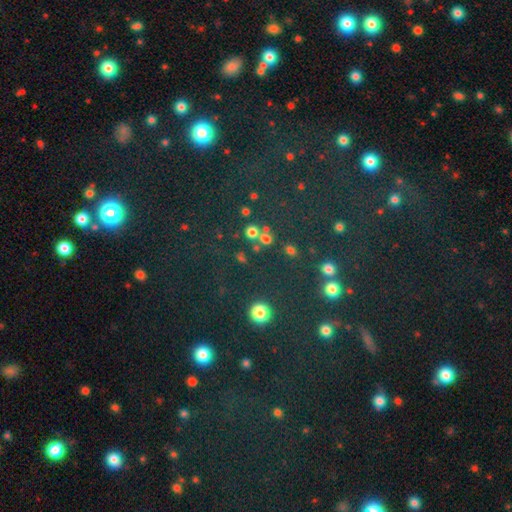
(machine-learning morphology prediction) Smooth or featured?
  - star or artifact: 68% *
  - smooth: 23%
  - featured or disk: 9%